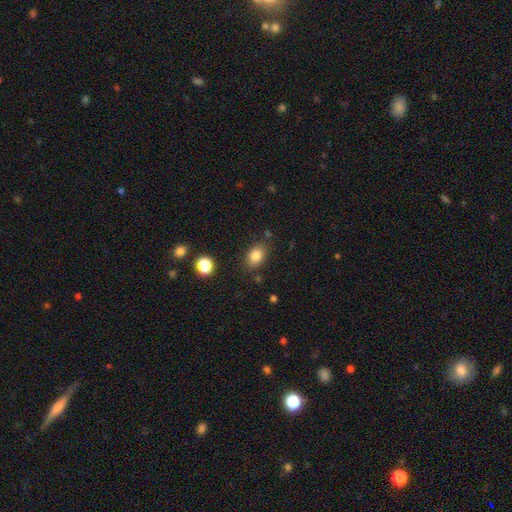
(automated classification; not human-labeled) Morphology: type=smooth (83%); roundness=in between (74%); merging=none (79%).